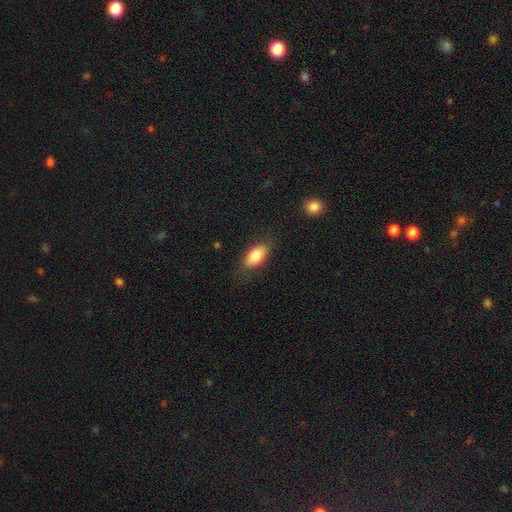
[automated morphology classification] smooth_or_featured: smooth (p=0.80) [alt: featured or disk p=0.13]
how_rounded: in between (p=0.88) [alt: cigar-shaped p=0.08]
merging: none (p=0.81) [alt: minor disturbance p=0.14]